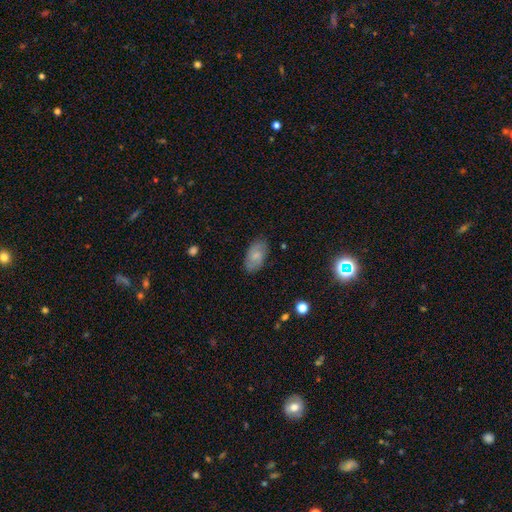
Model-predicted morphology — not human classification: smooth 70%, featured or disk 23%, star or artifact 7%. Down the decision tree: how rounded — in between (94%); merging — none (80%).